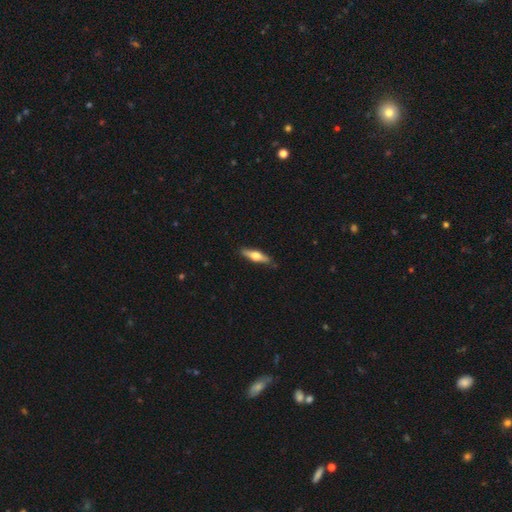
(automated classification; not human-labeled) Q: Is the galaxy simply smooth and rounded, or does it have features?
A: featured or disk — 50%.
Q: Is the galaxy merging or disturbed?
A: none — 86%.